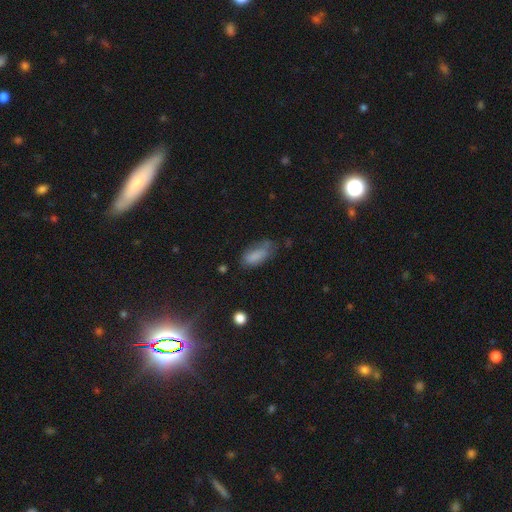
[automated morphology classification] type=smooth (80%); roundness=in between (85%); merging=none (48%).